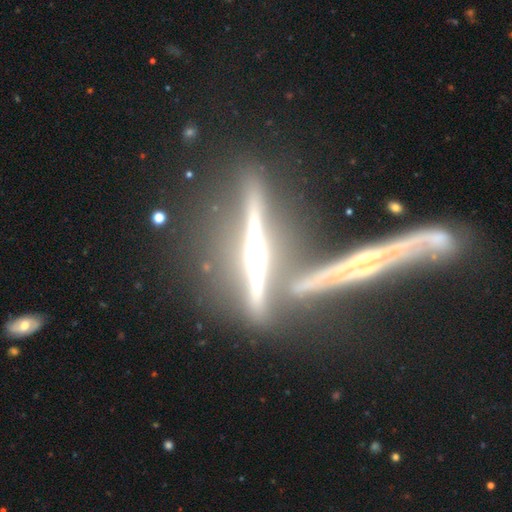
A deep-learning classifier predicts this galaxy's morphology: Overall: featured or disk (82%). Edge-on disk: yes (94%). Edge-on bulge: rounded (77%). Merging: none (64%).